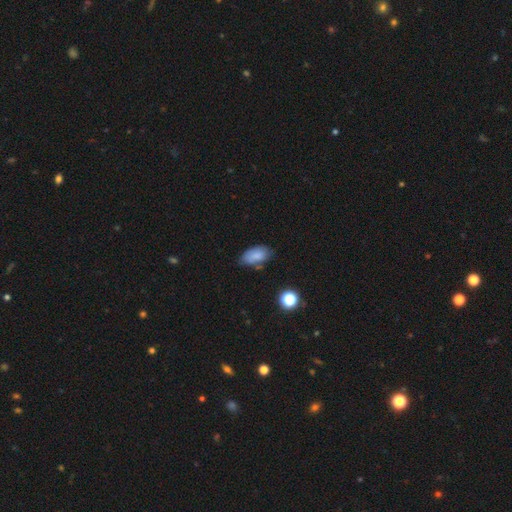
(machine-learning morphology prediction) Smooth or featured? Predicted: smooth (p=0.78). How rounded? Predicted: in between (p=0.92). Merging? Predicted: none (p=0.63).